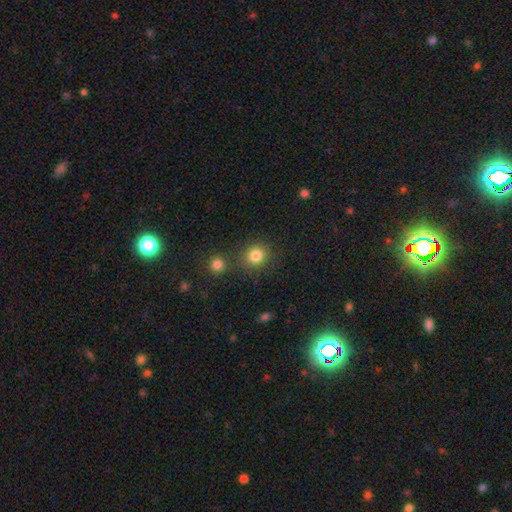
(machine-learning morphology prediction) Smooth or featured? smooth (83%)
How rounded? round (85%)
Merging? none (80%)